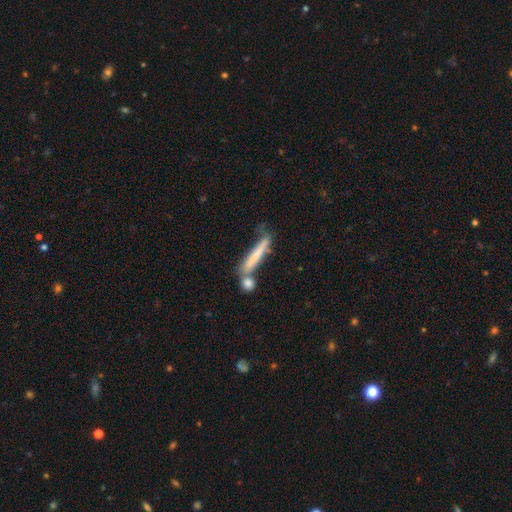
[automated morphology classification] A smooth galaxy with no disk features (62%) that is cigar-shaped (92%). Merging: none (47%).